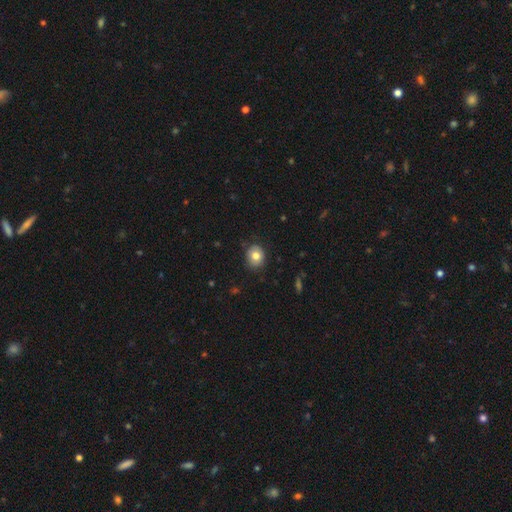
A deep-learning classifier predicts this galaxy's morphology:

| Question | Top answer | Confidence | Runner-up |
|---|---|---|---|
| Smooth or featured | smooth | 80% | featured or disk (11%) |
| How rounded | round | 70% | in between (29%) |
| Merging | none | 82% | minor disturbance (14%) |